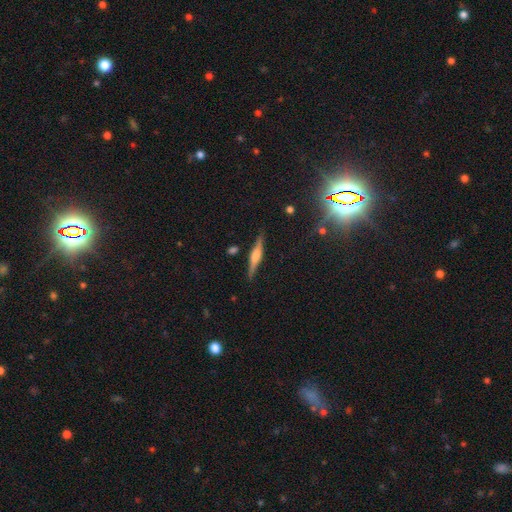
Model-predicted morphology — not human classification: type=featured or disk (63%); edge-on=yes (97%); edge-on bulge=rounded (56%); merging=none (86%).